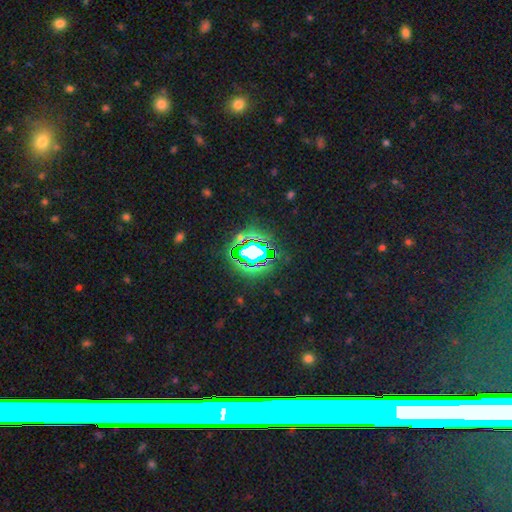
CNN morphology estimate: Smooth or featured? Predicted: star or artifact (p=0.72).